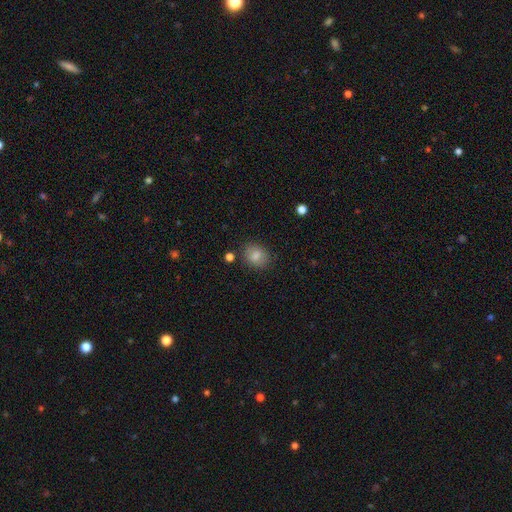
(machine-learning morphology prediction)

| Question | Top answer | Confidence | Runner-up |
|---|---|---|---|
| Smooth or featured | smooth | 83% | star or artifact (9%) |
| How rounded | round | 51% | in between (48%) |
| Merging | none | 80% | minor disturbance (13%) |